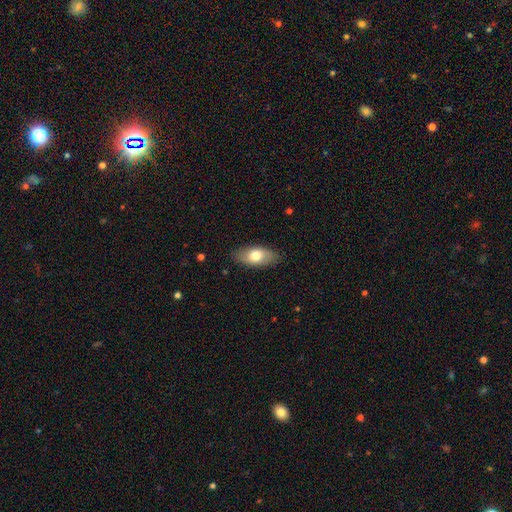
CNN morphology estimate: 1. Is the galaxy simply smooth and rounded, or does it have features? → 72% smooth, 22% featured or disk, 6% star or artifact.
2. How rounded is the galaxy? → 88% in between, 7% cigar-shaped, 4% round.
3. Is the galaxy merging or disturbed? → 85% none, 12% minor disturbance, 2% major disturbance, 1% merger.